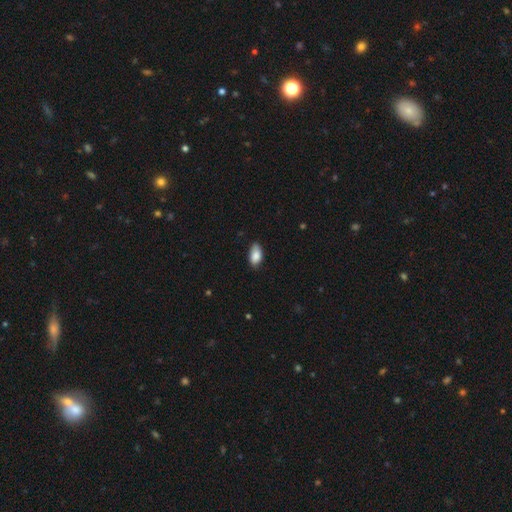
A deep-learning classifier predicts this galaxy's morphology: Smooth or featured? Predicted: smooth (p=0.86). How rounded? Predicted: in between (p=0.93). Merging? Predicted: none (p=0.78).